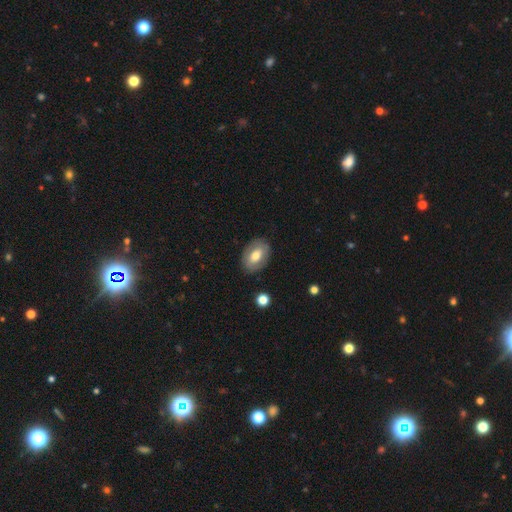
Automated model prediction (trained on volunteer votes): This appears to be a smooth galaxy with no disk features (66%) that is in between round and cigar-shaped (85%). Merging: none (85%).